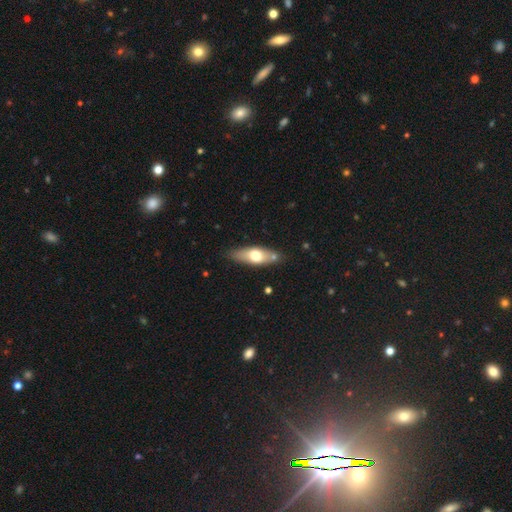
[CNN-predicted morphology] type=smooth (60%); roundness=in between (62%); merging=none (78%).